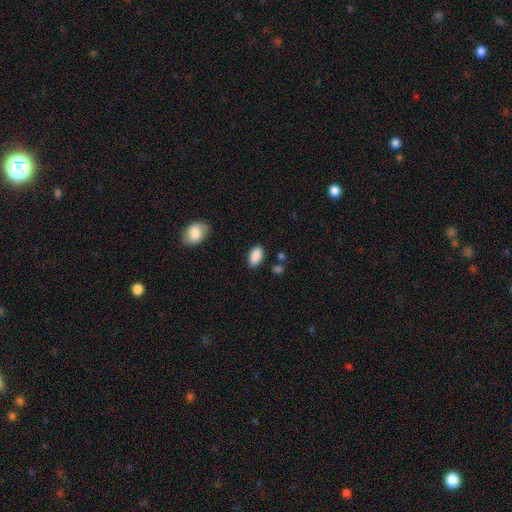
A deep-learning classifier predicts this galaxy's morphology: This is clearly a smooth galaxy (89%). How rounded: clearly in between (94%). Merging: clearly none (83%).